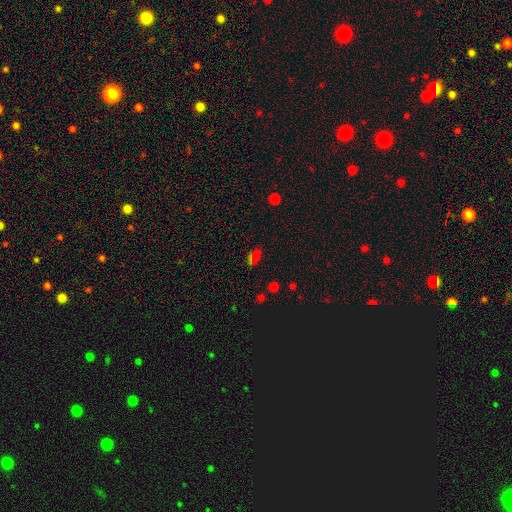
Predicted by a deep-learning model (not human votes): Q: Smooth or featured?
A: smooth (50%); runner-up: star or artifact (41%)
Q: How rounded?
A: in between (82%); runner-up: round (14%)
Q: Merging?
A: none (69%); runner-up: minor disturbance (18%)